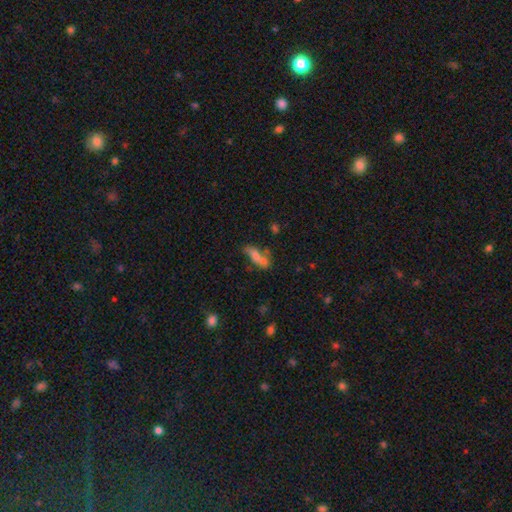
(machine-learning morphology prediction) Smooth or featured: smooth — 63% (featured or disk — 25%)
How rounded: in between — 63% (cigar-shaped — 28%)
Merging: merger — 51% (none — 28%)